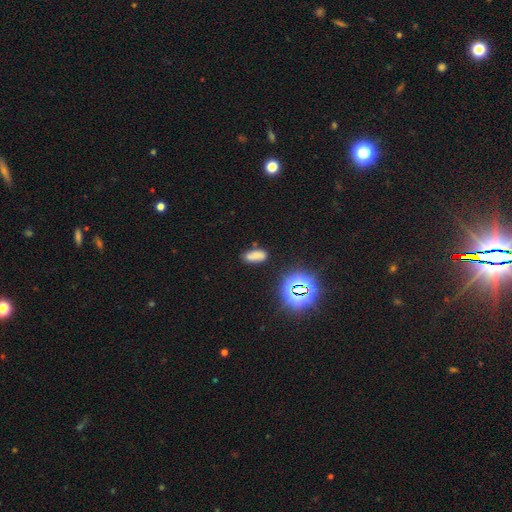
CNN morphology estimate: Smooth or featured? smooth (68%)
How rounded? in between (79%)
Merging? none (71%)